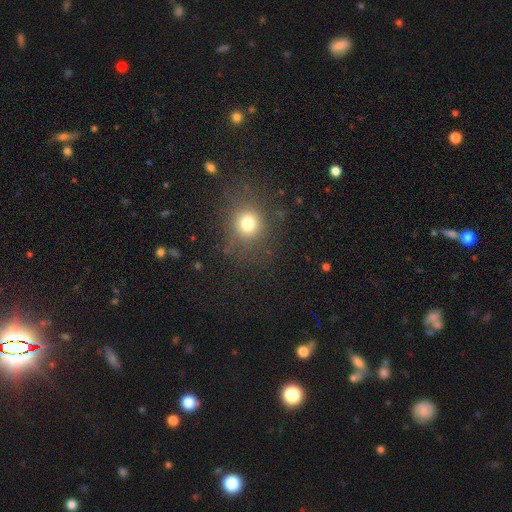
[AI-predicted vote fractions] Smooth or featured? Predicted: smooth (p=0.59). How rounded? Predicted: round (p=0.76). Merging? Predicted: none (p=0.88).